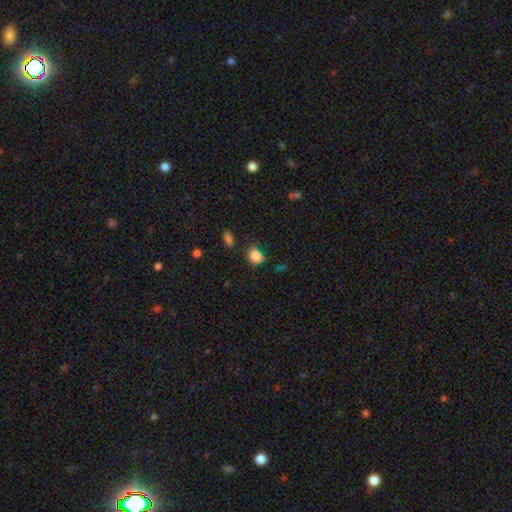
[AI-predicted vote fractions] Smooth or featured? smooth (85%)
How rounded? round (60%)
Merging? none (65%)